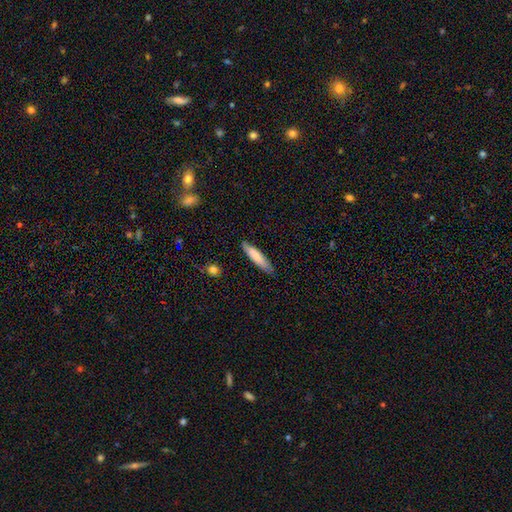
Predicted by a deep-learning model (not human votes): A smooth galaxy with no disk features (75%) that is cigar-shaped (82%).

Vote fractions:
- Smooth or featured? smooth: 75% / featured or disk: 19% / star or artifact: 6%
- How rounded? cigar-shaped: 82% / in between: 17% / round: 1%
- Merging? none: 84% / minor disturbance: 13% / major disturbance: 2% / merger: 1%